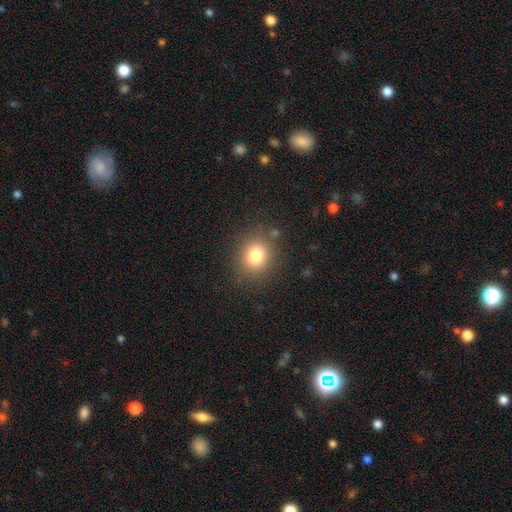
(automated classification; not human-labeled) A smooth galaxy with no disk features (79%) that is round (72%).

Vote fractions:
- Smooth or featured? smooth: 79% / star or artifact: 13% / featured or disk: 8%
- How rounded? round: 72% / in between: 27% / cigar-shaped: 1%
- Merging? none: 84% / minor disturbance: 10% / major disturbance: 4% / merger: 2%